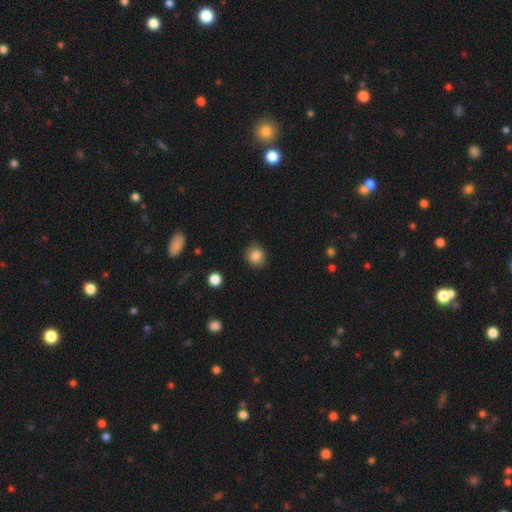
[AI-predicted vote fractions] smooth_or_featured: smooth (p=0.85) [alt: star or artifact p=0.10]
how_rounded: round (p=0.83) [alt: in between p=0.16]
merging: none (p=0.85) [alt: minor disturbance p=0.11]